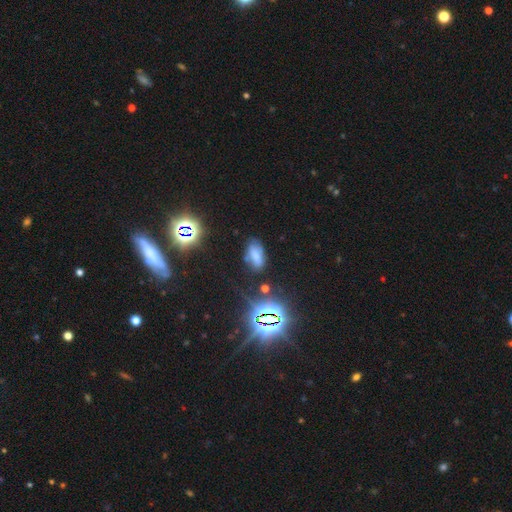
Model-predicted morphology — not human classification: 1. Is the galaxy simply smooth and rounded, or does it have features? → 53% smooth, 28% star or artifact, 20% featured or disk.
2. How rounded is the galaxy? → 89% in between, 7% cigar-shaped, 4% round.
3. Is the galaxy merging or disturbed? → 65% none, 22% minor disturbance, 9% major disturbance, 5% merger.